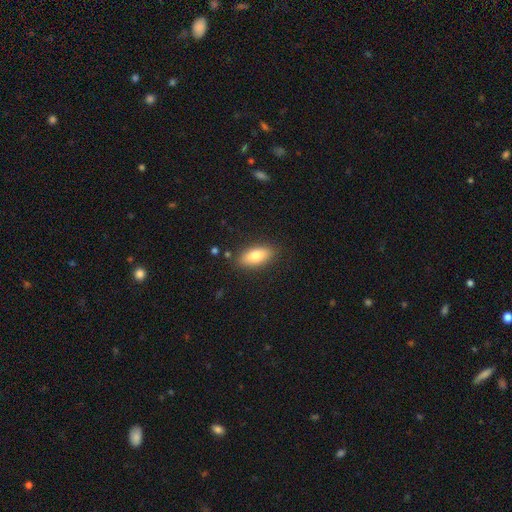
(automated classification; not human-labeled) A smooth galaxy with no disk features (79%) that is in between round and cigar-shaped (84%).

Vote fractions:
- Smooth or featured? smooth: 79% / featured or disk: 14% / star or artifact: 7%
- How rounded? in between: 84% / cigar-shaped: 13% / round: 3%
- Merging? none: 85% / minor disturbance: 10% / major disturbance: 2% / merger: 2%